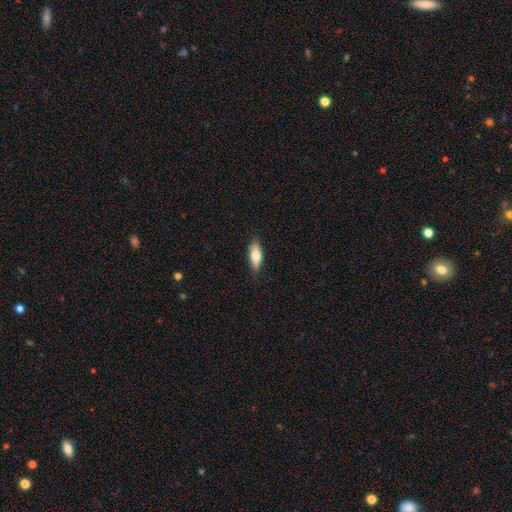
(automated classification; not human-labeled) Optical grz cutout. It shows a smooth galaxy with no disk features (68%) that is in between round and cigar-shaped (65%). Merging: none (84%).